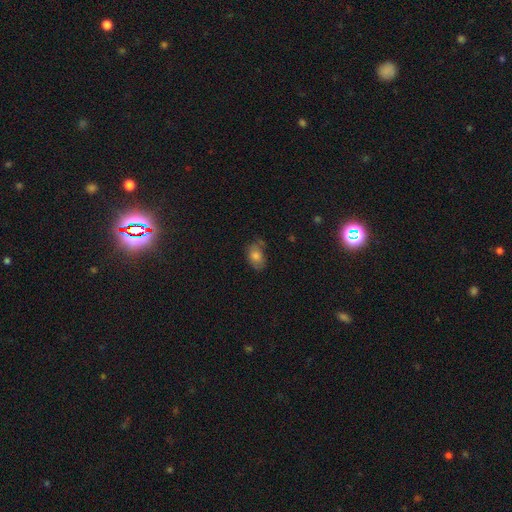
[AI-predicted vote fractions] smooth 77%, featured or disk 13%, star or artifact 10%. Down the decision tree: how rounded — in between (83%); merging — none (58%).